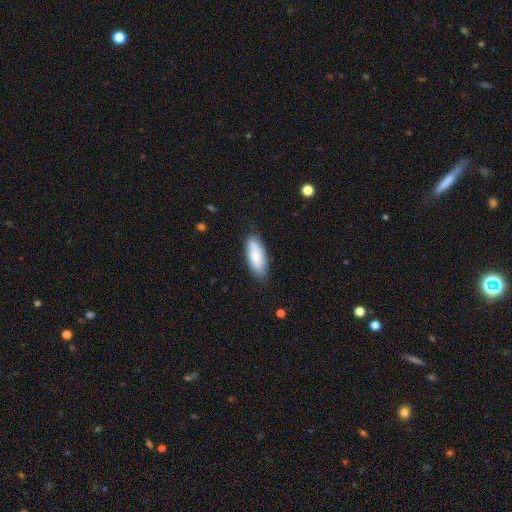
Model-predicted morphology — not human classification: smooth-or-featured: smooth: 82% | featured or disk: 12% | star or artifact: 6%
  how-rounded: in between: 76% | cigar-shaped: 23% | round: 2%
  merging: none: 78% | minor disturbance: 17% | major disturbance: 3% | merger: 1%